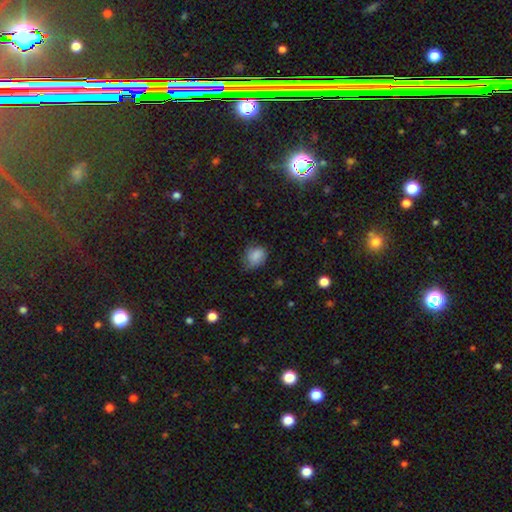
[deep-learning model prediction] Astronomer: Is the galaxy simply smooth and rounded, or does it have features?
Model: smooth — 84%.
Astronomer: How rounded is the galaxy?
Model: in between — 51% (runner-up: round, 48%).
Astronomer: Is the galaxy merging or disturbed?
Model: none — 64%.